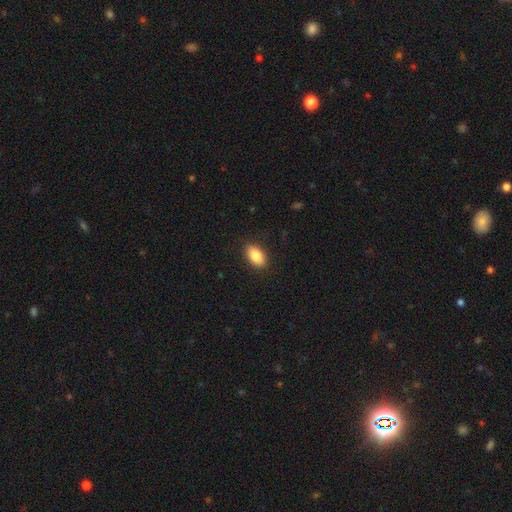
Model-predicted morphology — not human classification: smooth-or-featured: smooth: 86% | star or artifact: 7% | featured or disk: 7%
  how-rounded: in between: 92% | round: 6% | cigar-shaped: 2%
  merging: none: 89% | minor disturbance: 8% | major disturbance: 2% | merger: 1%